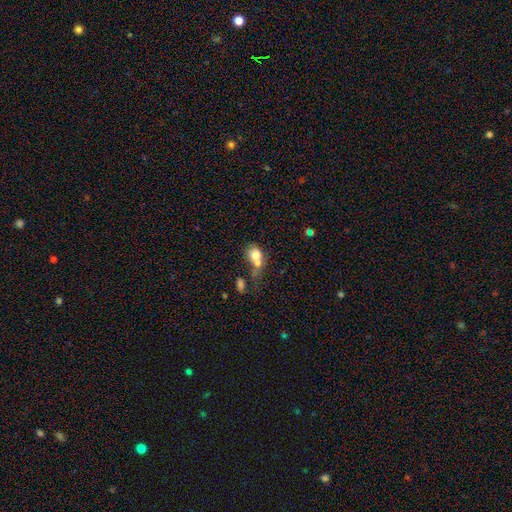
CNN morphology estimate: Smooth or featured? smooth (73%)
How rounded? round (53%)
Merging? merger (58%)